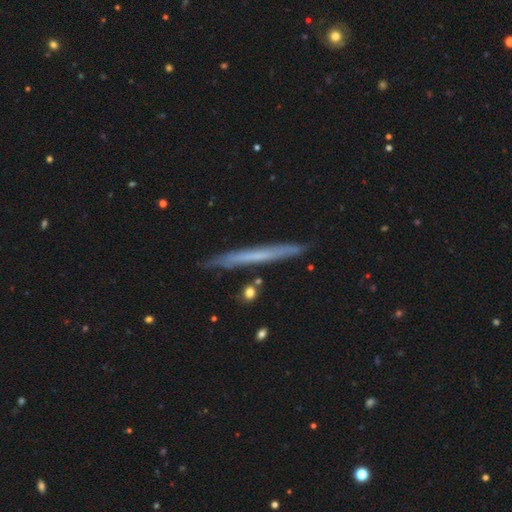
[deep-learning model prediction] smooth_or_featured: featured or disk (p=0.50) [alt: smooth p=0.44]
merging: none (p=0.87) [alt: minor disturbance p=0.09]